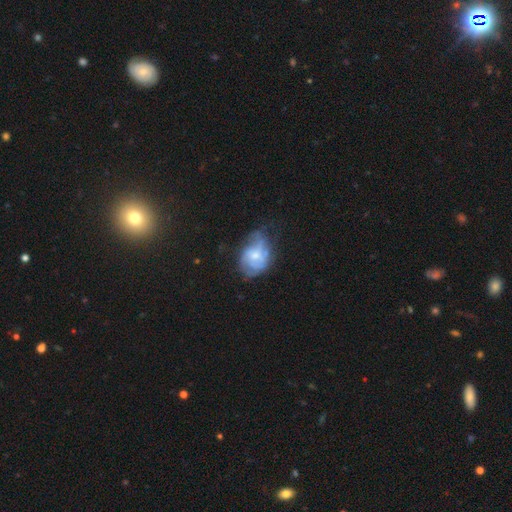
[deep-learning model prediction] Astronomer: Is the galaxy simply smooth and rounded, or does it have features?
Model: featured or disk — 56% (runner-up: smooth, 36%).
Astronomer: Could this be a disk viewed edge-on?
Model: no — 97%.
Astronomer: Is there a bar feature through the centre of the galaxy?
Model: no — 73%.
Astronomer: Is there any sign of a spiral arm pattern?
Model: yes — 63%.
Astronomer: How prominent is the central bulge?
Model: moderate — 46% (runner-up: small, 42%).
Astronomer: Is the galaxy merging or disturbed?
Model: none — 40% (runner-up: minor disturbance, 33%).